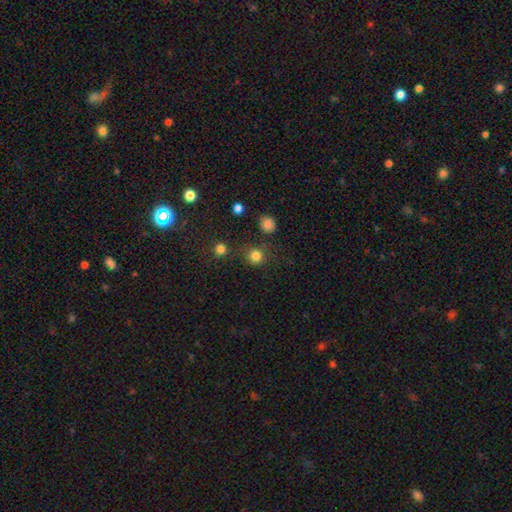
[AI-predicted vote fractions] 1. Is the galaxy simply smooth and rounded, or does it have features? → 80% smooth, 15% star or artifact, 5% featured or disk.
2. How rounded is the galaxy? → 90% round, 9% in between, 1% cigar-shaped.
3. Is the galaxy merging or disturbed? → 77% none, 11% minor disturbance, 7% merger, 5% major disturbance.